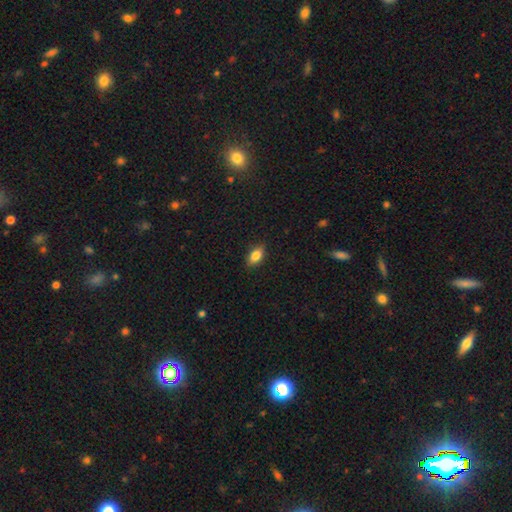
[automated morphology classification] A smooth galaxy with no disk features (80%) that is in between round and cigar-shaped (86%). Merging: none (86%).